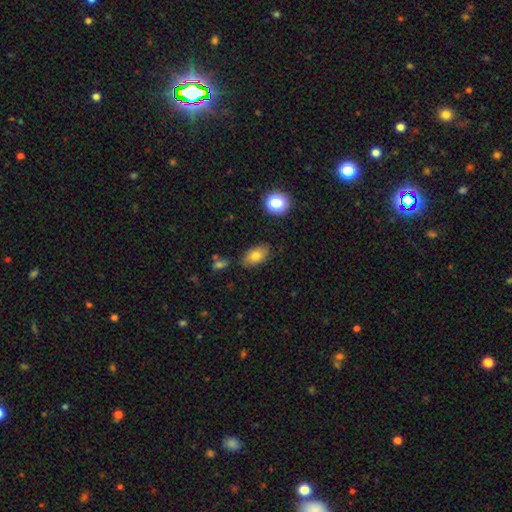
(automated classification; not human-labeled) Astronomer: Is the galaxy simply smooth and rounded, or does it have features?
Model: smooth — 77%.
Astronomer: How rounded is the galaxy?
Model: in between — 90%.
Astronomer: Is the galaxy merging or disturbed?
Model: none — 80%.